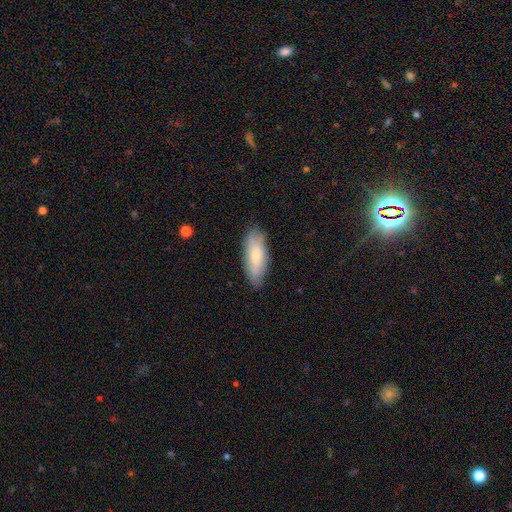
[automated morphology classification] Q: Smooth or featured?
A: smooth (74%); runner-up: featured or disk (20%)
Q: How rounded?
A: in between (72%); runner-up: cigar-shaped (26%)
Q: Merging?
A: none (81%); runner-up: minor disturbance (15%)